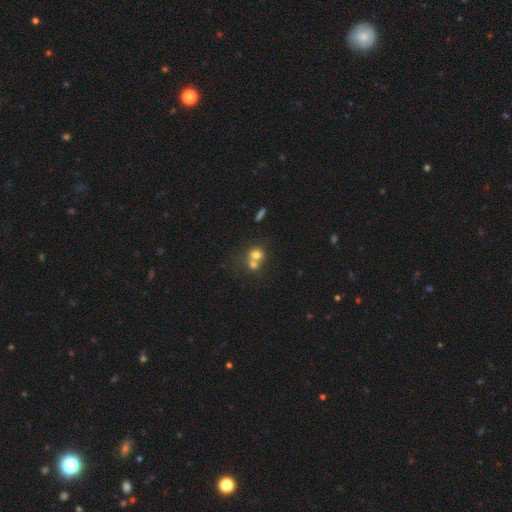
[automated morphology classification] Overall: smooth (69%). How rounded: round (76%). Merging: merger (63%; none 28%).